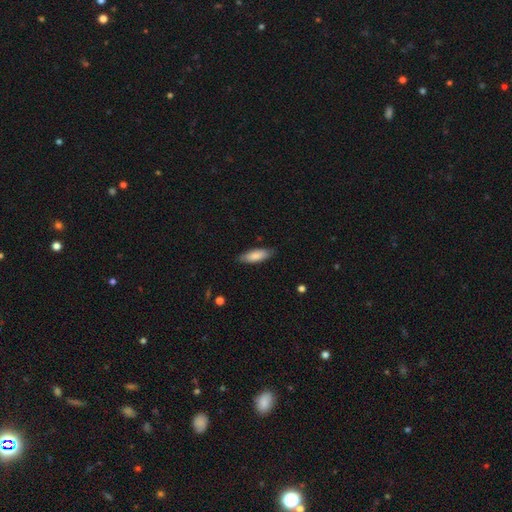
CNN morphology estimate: This is clearly a smooth galaxy (82%). How rounded: likely in between (64%). Merging: clearly none (82%).